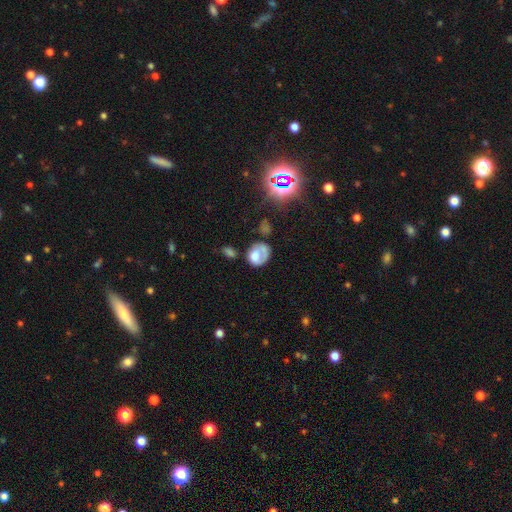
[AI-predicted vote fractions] This appears to be a smooth galaxy with no disk features (55%) that is in between round and cigar-shaped (49%, tied with round). Merging: none (36%).